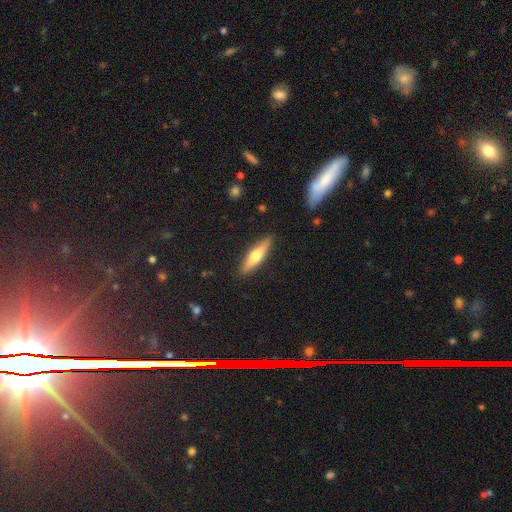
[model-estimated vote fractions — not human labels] smooth 50%, featured or disk 44%, star or artifact 6%. Down the decision tree: merging — none (88%).